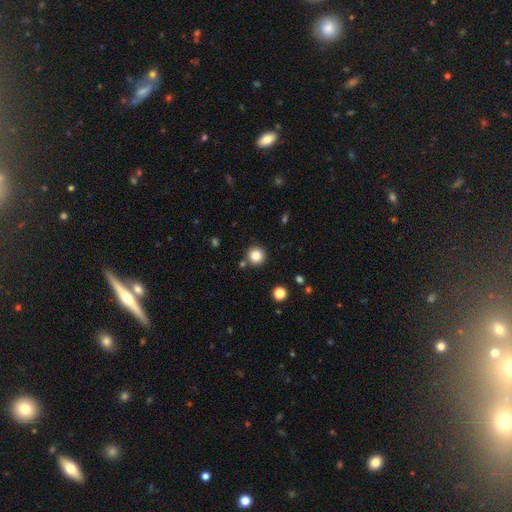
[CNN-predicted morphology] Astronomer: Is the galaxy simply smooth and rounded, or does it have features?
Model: smooth — 82%.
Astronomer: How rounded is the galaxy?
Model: round — 95%.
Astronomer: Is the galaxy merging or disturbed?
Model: none — 87%.